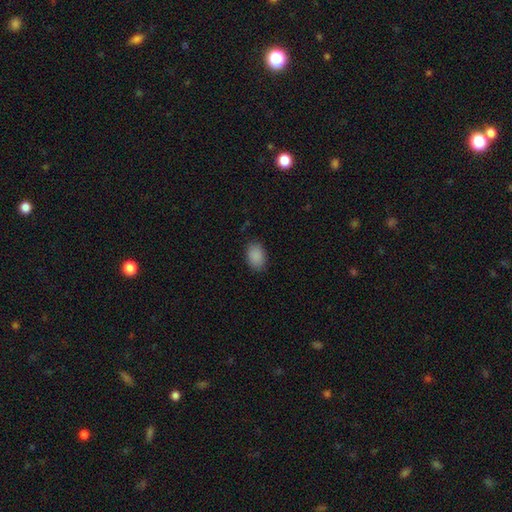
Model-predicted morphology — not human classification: smooth-or-featured: smooth: 89% | star or artifact: 7% | featured or disk: 3%
  how-rounded: in between: 84% | round: 15% | cigar-shaped: 1%
  merging: none: 85% | minor disturbance: 11% | major disturbance: 3% | merger: 1%